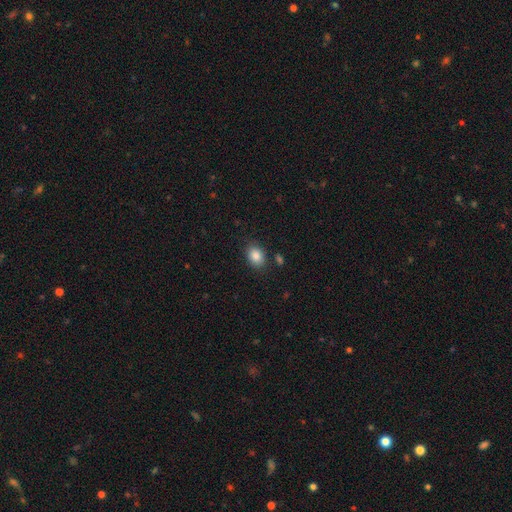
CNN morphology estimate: This appears to be a smooth galaxy with no disk features (86%) that is in between round and cigar-shaped (65%). Merging: none (82%).